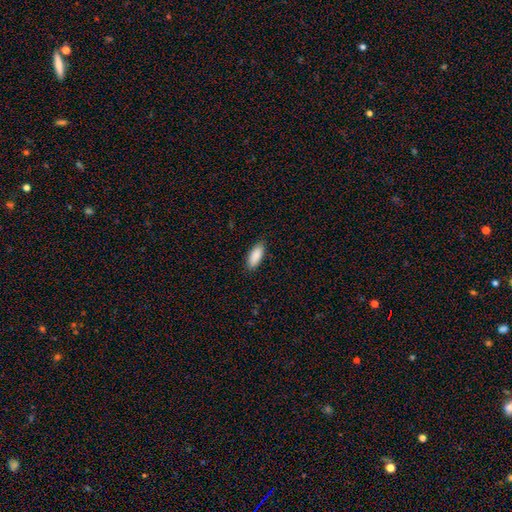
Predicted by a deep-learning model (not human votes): Smooth or featured? smooth (90%)
How rounded? in between (79%)
Merging? none (87%)